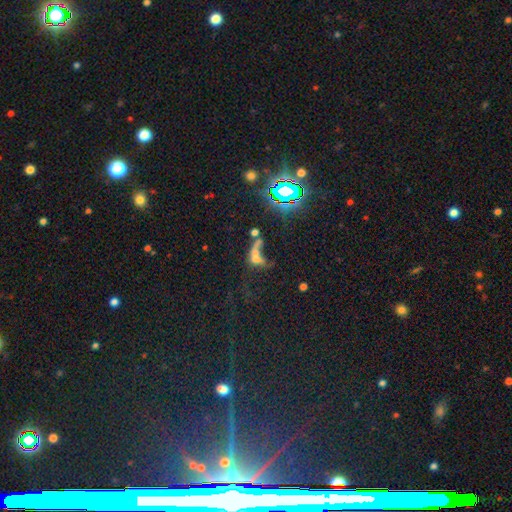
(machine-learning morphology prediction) smooth_or_featured: smooth (p=0.38) [alt: featured or disk p=0.32]
merging: merger (p=0.44) [alt: major disturbance p=0.30]